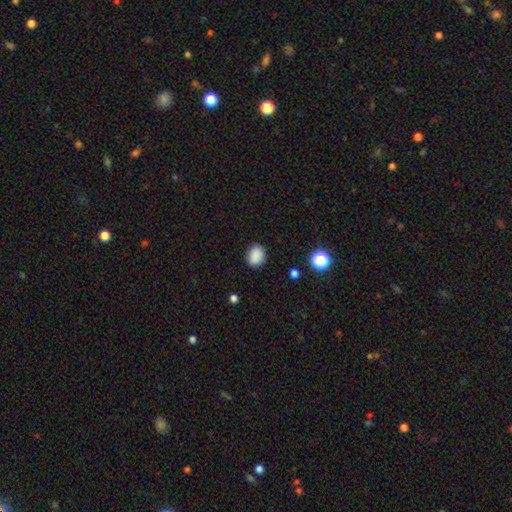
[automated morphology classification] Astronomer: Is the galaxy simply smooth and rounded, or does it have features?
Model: smooth — 87%.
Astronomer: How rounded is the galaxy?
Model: in between — 51% (runner-up: round, 48%).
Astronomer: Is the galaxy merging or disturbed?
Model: none — 86%.